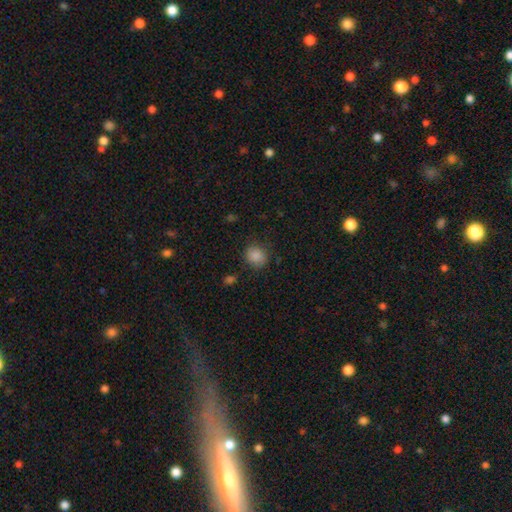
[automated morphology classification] Smooth or featured? smooth (87%)
How rounded? round (80%)
Merging? none (81%)